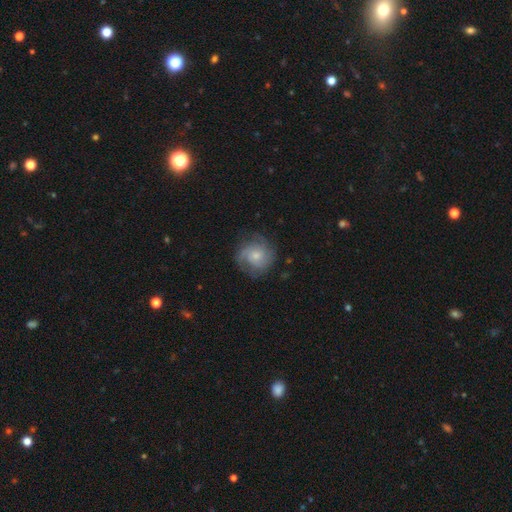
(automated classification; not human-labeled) Morphology: type=featured or disk (64%); edge-on=no (98%); bar=no (75%); spiral arms=yes (90%); winding=tight (46%); arm count=can't tell (32%); bulge=small (50%); merging=none (73%).